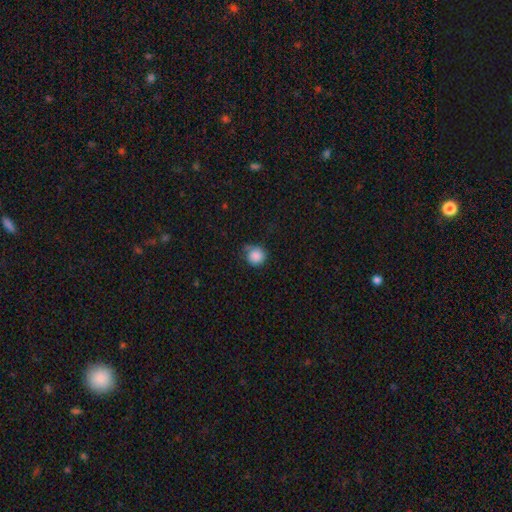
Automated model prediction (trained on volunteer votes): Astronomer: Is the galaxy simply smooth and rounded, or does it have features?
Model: smooth — 86%.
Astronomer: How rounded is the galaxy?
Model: round — 93%.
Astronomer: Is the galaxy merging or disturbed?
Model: none — 72%.